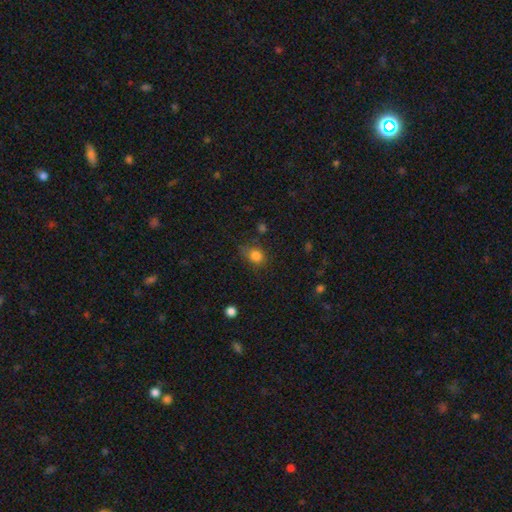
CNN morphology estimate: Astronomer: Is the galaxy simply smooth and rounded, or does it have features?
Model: smooth — 81%.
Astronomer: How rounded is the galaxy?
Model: round — 50% (runner-up: in between, 48%).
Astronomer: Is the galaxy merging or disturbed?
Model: none — 61%.